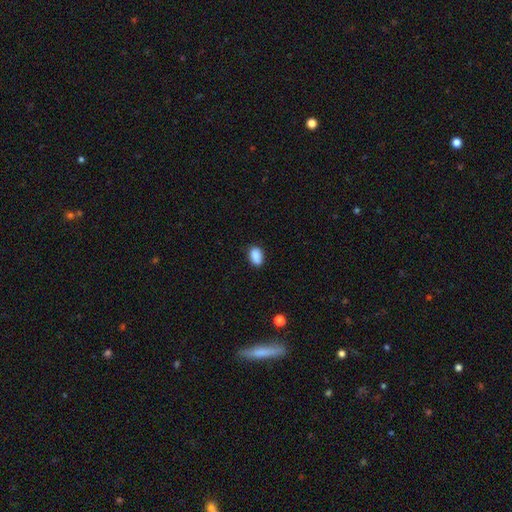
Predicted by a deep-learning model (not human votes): The model was most divided on "merging": none: 76%, minor disturbance: 19%, major disturbance: 3%, merger: 2%. More confident: smooth or featured — smooth (87%); how rounded — in between (87%).